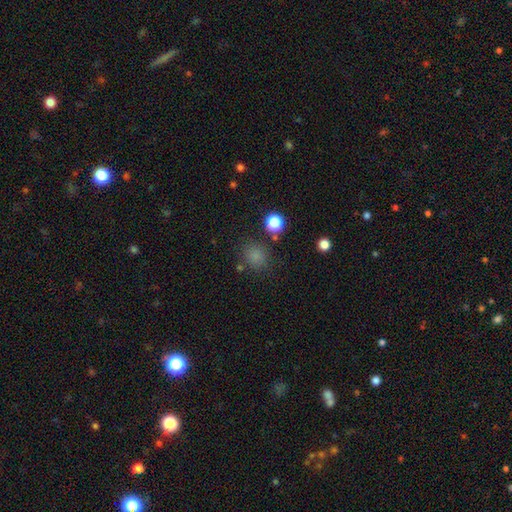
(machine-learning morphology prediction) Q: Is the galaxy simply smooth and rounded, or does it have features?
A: smooth — 77%.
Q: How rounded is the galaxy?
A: round — 78%.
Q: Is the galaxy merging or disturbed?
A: none — 80%.